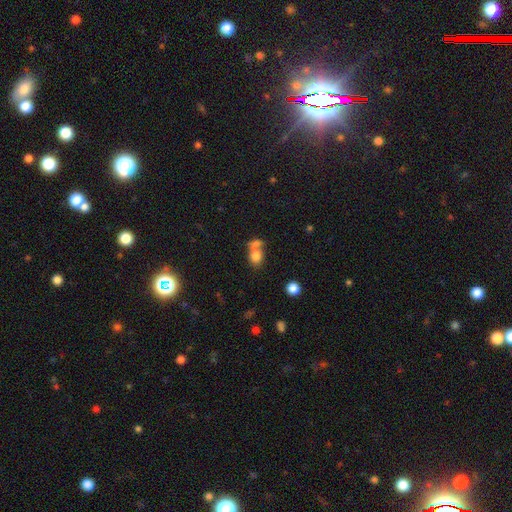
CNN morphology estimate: A smooth galaxy with no disk features (78%) that is round (57%). Merging: merger (54%).